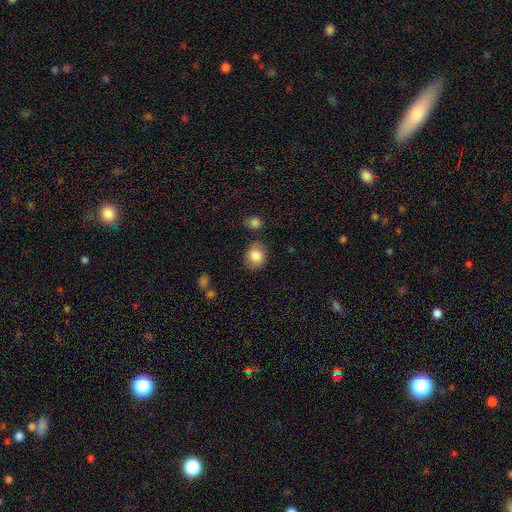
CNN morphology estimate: This is clearly a smooth galaxy (84%). How rounded: possibly round (57%). Merging: likely none (80%).